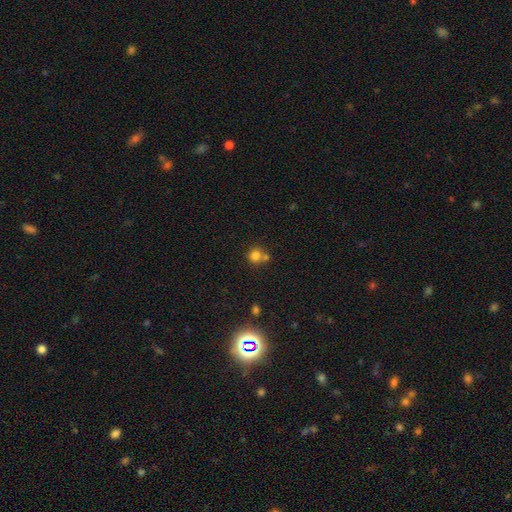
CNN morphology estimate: Q: Smooth or featured?
A: smooth (78%); runner-up: star or artifact (14%)
Q: How rounded?
A: round (90%); runner-up: in between (9%)
Q: Merging?
A: none (56%); runner-up: merger (30%)